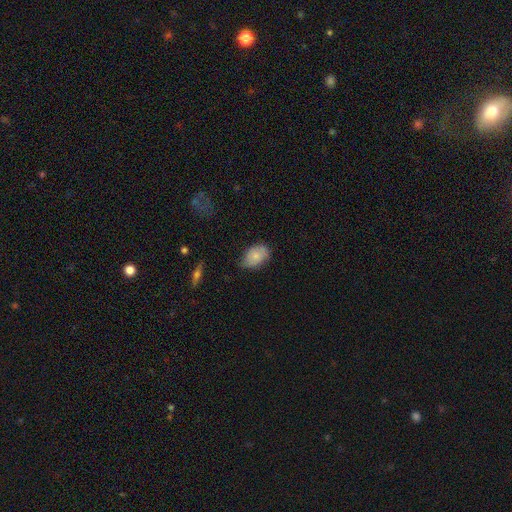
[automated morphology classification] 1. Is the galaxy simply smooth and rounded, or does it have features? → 76% smooth, 17% featured or disk, 7% star or artifact.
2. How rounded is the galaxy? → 84% in between, 15% round, 1% cigar-shaped.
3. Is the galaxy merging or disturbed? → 62% none, 31% minor disturbance, 5% major disturbance, 2% merger.